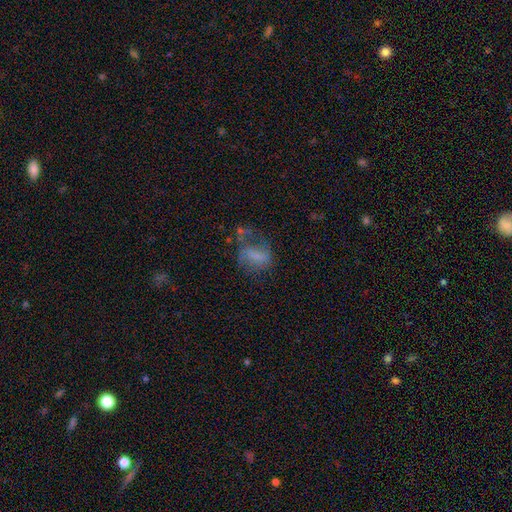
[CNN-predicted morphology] Smooth or featured? smooth (47%)
Merging? major disturbance (41%)